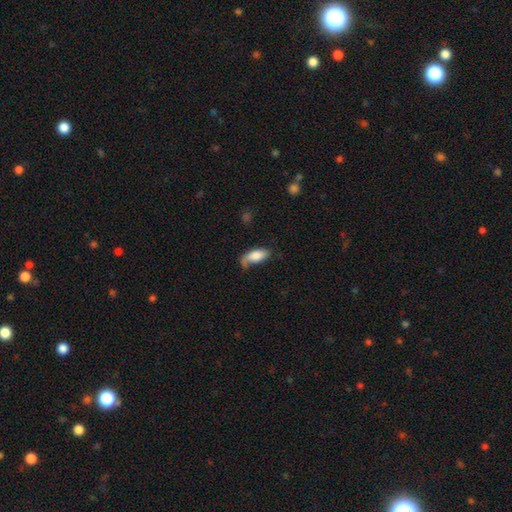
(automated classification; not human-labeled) Q: Smooth or featured?
A: smooth (77%); runner-up: featured or disk (16%)
Q: How rounded?
A: in between (86%); runner-up: cigar-shaped (11%)
Q: Merging?
A: none (43%); runner-up: minor disturbance (34%)